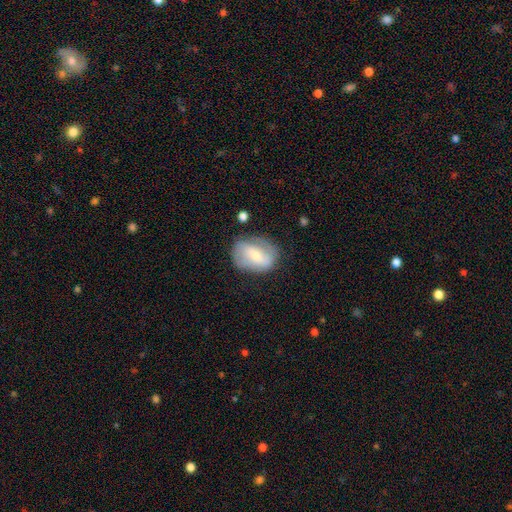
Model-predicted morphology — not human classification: Q: Smooth or featured?
A: featured or disk (52%); runner-up: smooth (41%)
Q: Edge-on disk?
A: no (95%); runner-up: yes (5%)
Q: Merging?
A: none (65%); runner-up: minor disturbance (23%)